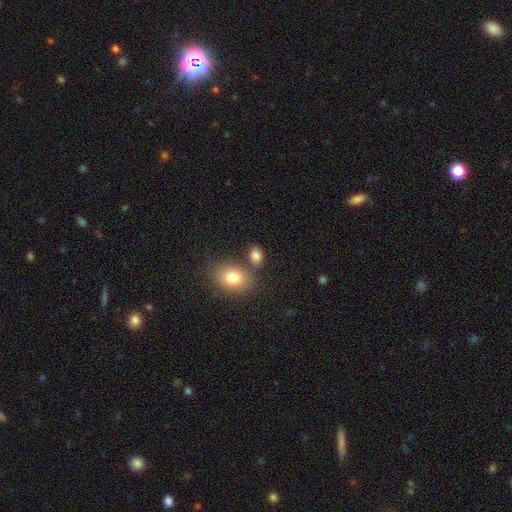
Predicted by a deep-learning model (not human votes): Smooth or featured?
  - smooth: 82% *
  - star or artifact: 11%
  - featured or disk: 7%
How rounded?
  - in between: 74% *
  - round: 24%
  - cigar-shaped: 2%
Merging?
  - none: 66% *
  - merger: 18%
  - minor disturbance: 12%
  - major disturbance: 4%